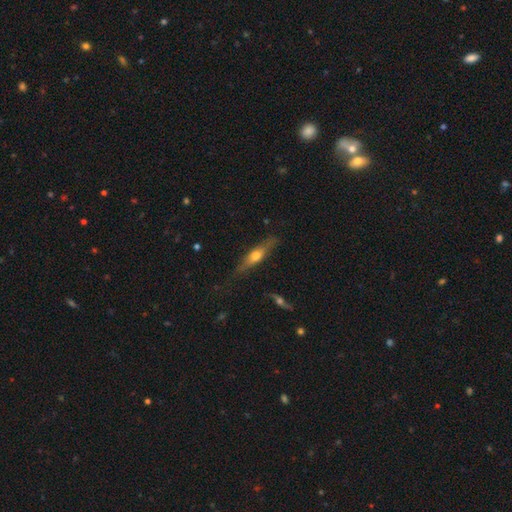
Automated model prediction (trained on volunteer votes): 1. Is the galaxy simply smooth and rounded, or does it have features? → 52% featured or disk, 42% smooth, 6% star or artifact.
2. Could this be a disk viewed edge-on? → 89% yes, 11% no.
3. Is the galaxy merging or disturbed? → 79% none, 16% minor disturbance, 3% major disturbance, 2% merger.